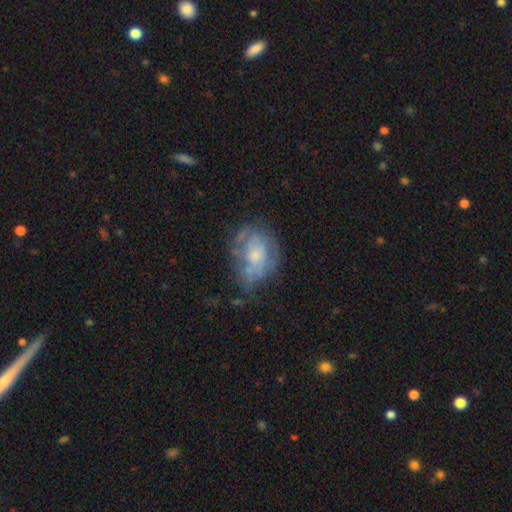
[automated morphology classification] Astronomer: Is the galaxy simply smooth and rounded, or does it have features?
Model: featured or disk — 57% (runner-up: smooth, 34%).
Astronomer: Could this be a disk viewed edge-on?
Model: no — 97%.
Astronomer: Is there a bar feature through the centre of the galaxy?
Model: no — 83%.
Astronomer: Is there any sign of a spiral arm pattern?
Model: no — 59% (runner-up: yes, 41%).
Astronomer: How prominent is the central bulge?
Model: small — 45% (runner-up: moderate, 38%).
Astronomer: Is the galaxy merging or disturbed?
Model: none — 45% (runner-up: minor disturbance, 28%).